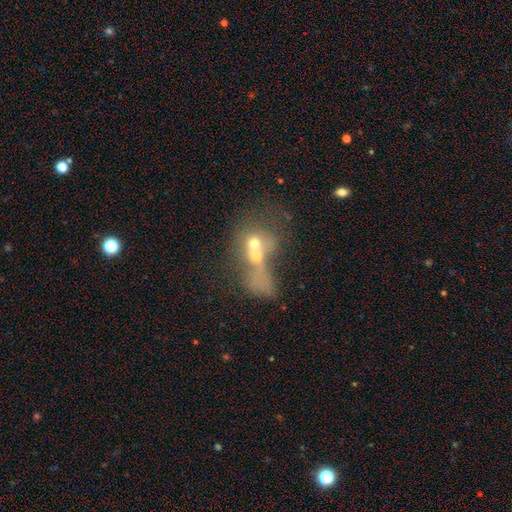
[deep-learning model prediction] Smooth or featured?
  - smooth: 51% *
  - featured or disk: 34%
  - star or artifact: 14%
How rounded?
  - round: 54% *
  - in between: 42%
  - cigar-shaped: 4%
Merging?
  - merger: 77% *
  - major disturbance: 10%
  - none: 8%
  - minor disturbance: 4%